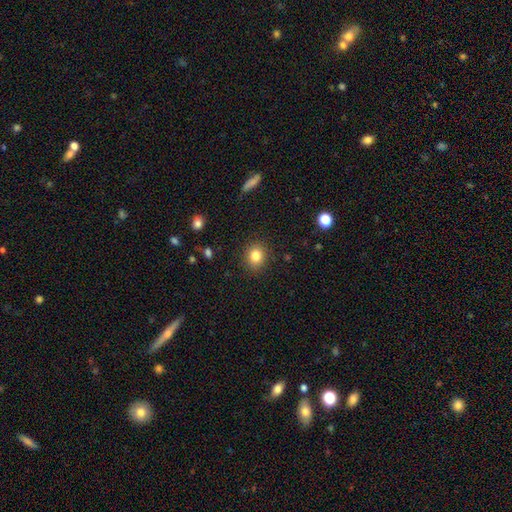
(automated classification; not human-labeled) Smooth or featured? Predicted: smooth (p=0.83). How rounded? Predicted: round (p=0.76). Merging? Predicted: none (p=0.89).